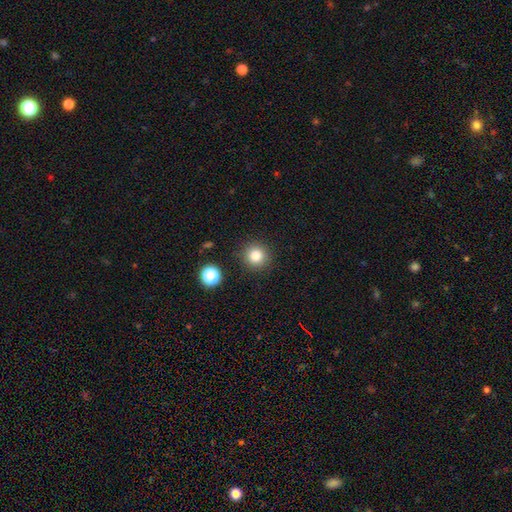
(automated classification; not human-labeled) Smooth or featured?
  - smooth: 82% *
  - star or artifact: 12%
  - featured or disk: 6%
How rounded?
  - round: 94% *
  - in between: 5%
  - cigar-shaped: 1%
Merging?
  - none: 89% *
  - minor disturbance: 6%
  - major disturbance: 2%
  - merger: 2%